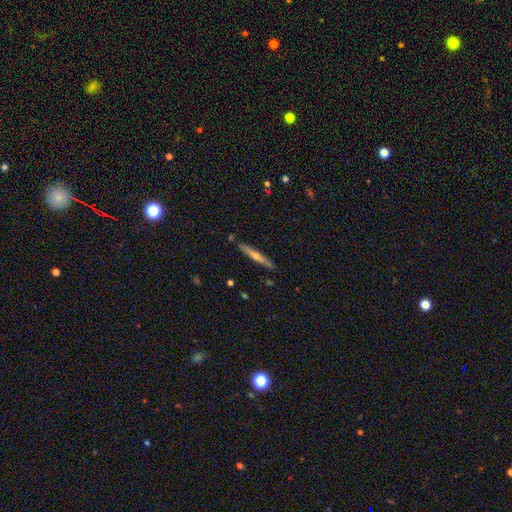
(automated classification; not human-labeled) smooth-or-featured: featured or disk: 66% | smooth: 27% | star or artifact: 7%
  disk-edge-on: yes: 97% | no: 3%
    edge-on-bulge: rounded: 76% | none: 20% | boxy: 4%
  merging: none: 89% | minor disturbance: 8% | merger: 2% | major disturbance: 2%